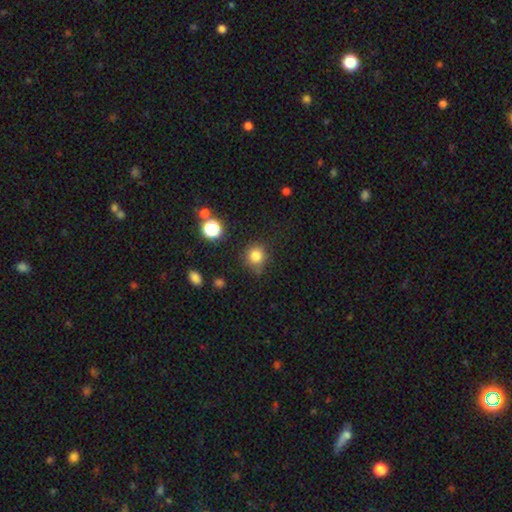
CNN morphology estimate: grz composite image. It shows a smooth galaxy with no disk features (81%) that is round (89%). Merging: none (79%).